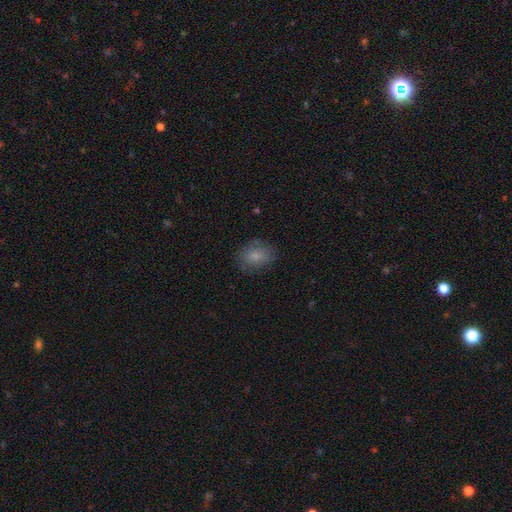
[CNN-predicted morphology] smooth-or-featured: smooth: 76% | featured or disk: 15% | star or artifact: 9%
  how-rounded: in between: 65% | round: 34% | cigar-shaped: 1%
  merging: none: 73% | minor disturbance: 19% | major disturbance: 7% | merger: 1%